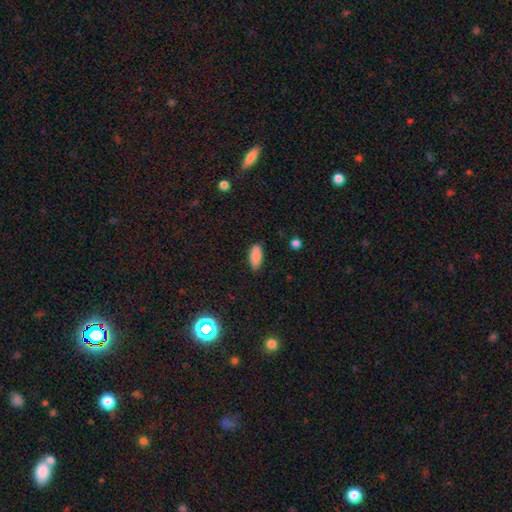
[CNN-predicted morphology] Smooth or featured? Predicted: smooth (p=0.88). How rounded? Predicted: in between (p=0.84). Merging? Predicted: none (p=0.82).